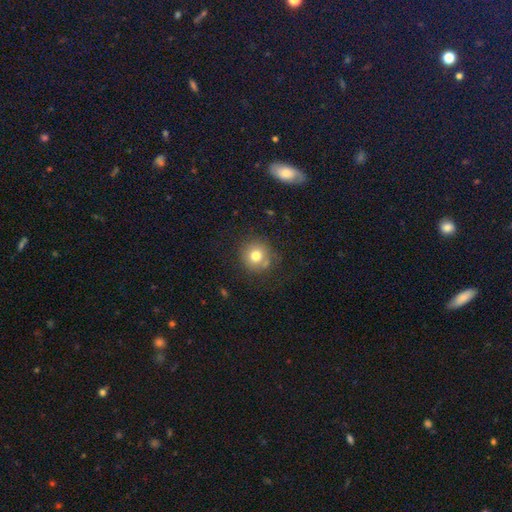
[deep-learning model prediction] A smooth galaxy with no disk features (74%) that is round (92%).

Vote fractions:
- Smooth or featured? smooth: 74% / featured or disk: 13% / star or artifact: 13%
- How rounded? round: 92% / in between: 7% / cigar-shaped: 1%
- Merging? none: 76% / minor disturbance: 13% / merger: 5% / major disturbance: 5%